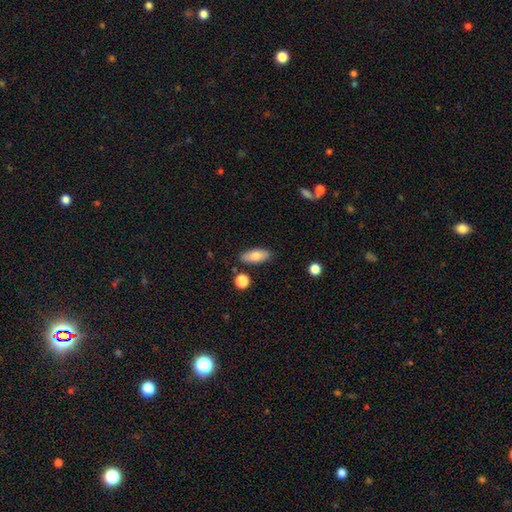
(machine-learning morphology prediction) A smooth galaxy with no disk features (79%) that is in between round and cigar-shaped (81%).

Vote fractions:
- Smooth or featured? smooth: 79% / featured or disk: 14% / star or artifact: 7%
- How rounded? in between: 81% / cigar-shaped: 16% / round: 3%
- Merging? none: 84% / minor disturbance: 10% / merger: 3% / major disturbance: 2%